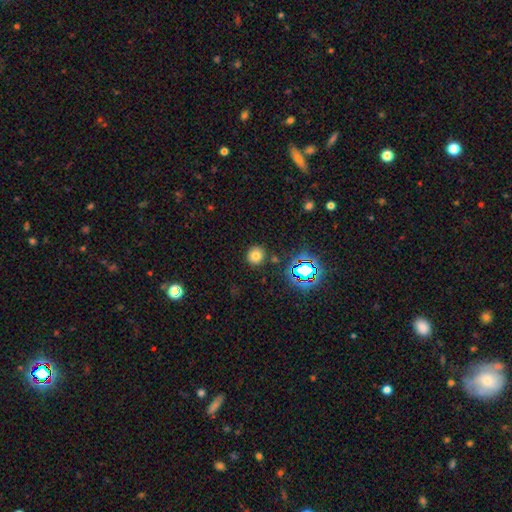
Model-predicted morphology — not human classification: Overall: smooth (73%). How rounded: round (92%). Merging: none (87%).